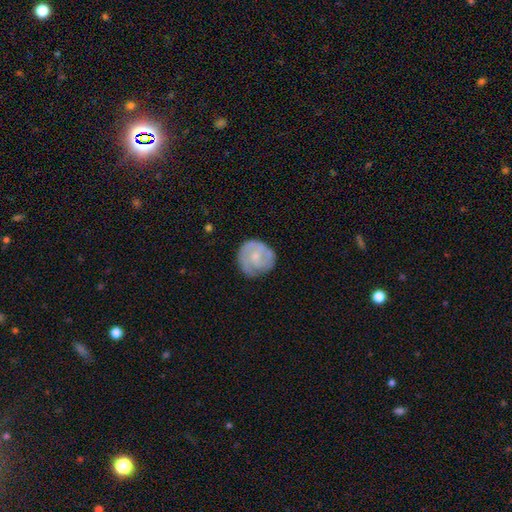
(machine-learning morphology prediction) featured or disk 53%, smooth 41%, star or artifact 6%. Down the decision tree: edge-on disk — no (98%); bar — no (75%); spiral arms — yes (71%); bulge size — small (56%); merging — none (69%).